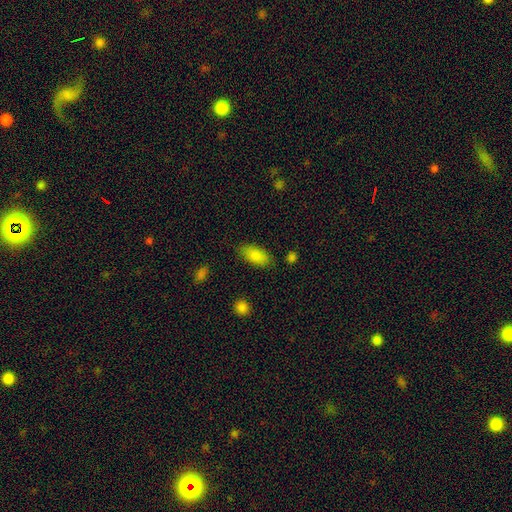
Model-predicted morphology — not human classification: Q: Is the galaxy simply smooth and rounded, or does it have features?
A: smooth — 86%.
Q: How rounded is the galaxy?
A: in between — 90%.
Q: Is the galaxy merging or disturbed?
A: none — 82%.